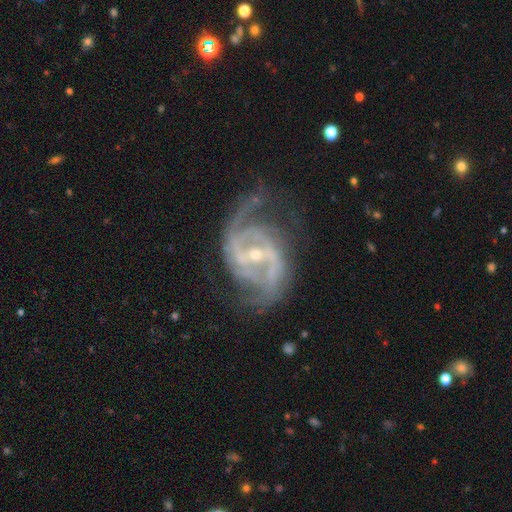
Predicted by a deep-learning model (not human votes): A featured or disk galaxy (91%) with a strong bar (42%), 2 (75%) medium (54%) spiral arms (97%) and a small central bulge (66%).

Vote fractions:
- Smooth or featured? featured or disk: 91% / star or artifact: 5% / smooth: 3%
- Edge-on disk? no: 97% / yes: 3%
- Bar? strong: 42% / weak: 40% / no: 19%
- Spiral arms? yes: 97% / no: 3%
- Spiral winding? medium: 54% / tight: 23% / loose: 23%
- Spiral arm count? 2: 75% / 3: 9% / can't tell: 7% / 4: 3% / 1: 3% / more than 4: 3%
- Bulge size? small: 66% / moderate: 31% / large: 1% / none: 1% / dominant: 1%
- Merging? none: 64% / minor disturbance: 20% / major disturbance: 15% / merger: 2%